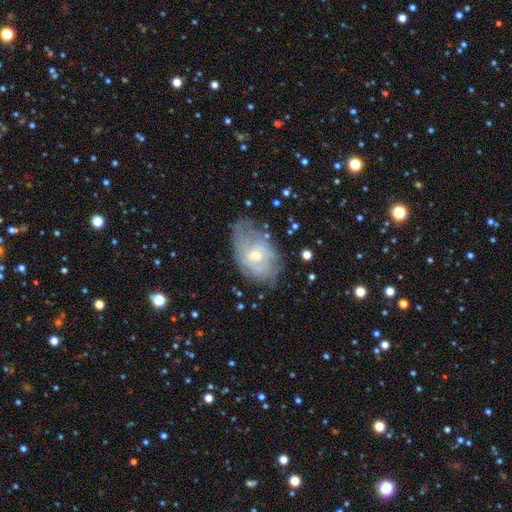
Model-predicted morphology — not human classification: The model was most divided on "bulge size": small: 52%, moderate: 44%, large: 2%, none: 1%, dominant: 1%. More confident: edge-on disk — no (94%); spiral arms — yes (75%); smooth or featured — featured or disk (67%); bar — no (66%); merging — none (57%).